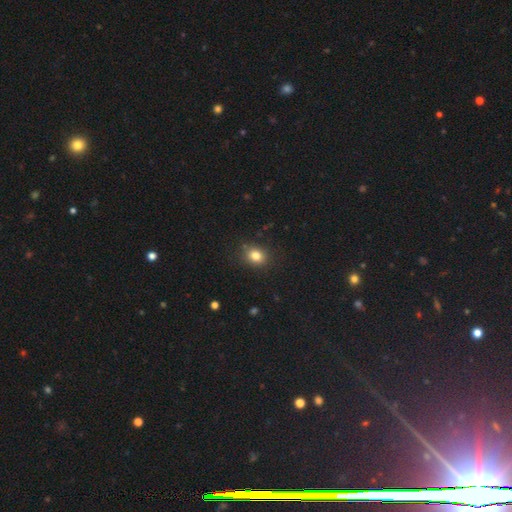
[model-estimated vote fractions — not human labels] Smooth or featured? smooth (81%)
How rounded? round (57%)
Merging? none (85%)